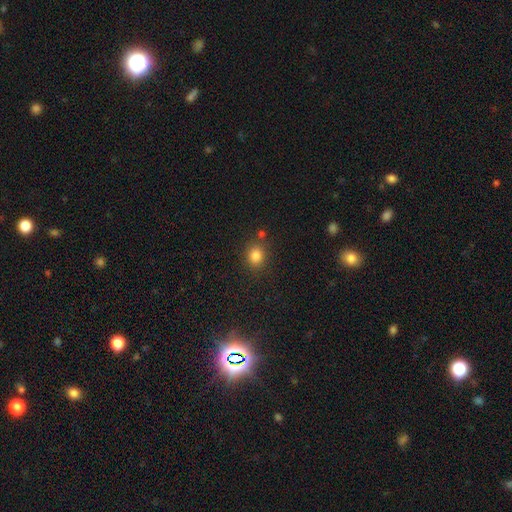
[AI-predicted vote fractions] Smooth or featured: smooth — 83% (star or artifact — 12%)
How rounded: round — 67% (in between — 32%)
Merging: none — 78% (minor disturbance — 11%)